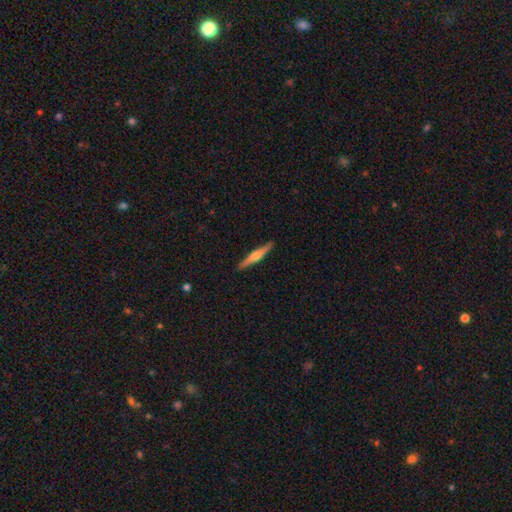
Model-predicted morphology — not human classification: This appears to be a featured or disk galaxy (58%) viewed edge-on (97%) with a rounded central bulge (76%). Merging: none (90%).